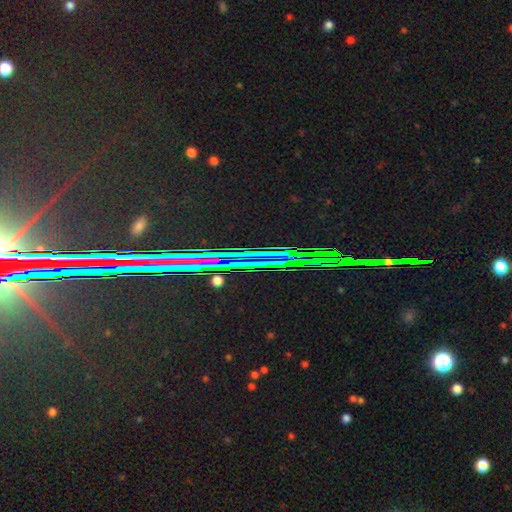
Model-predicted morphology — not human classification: star or artifact 82%, featured or disk 10%, smooth 8%.